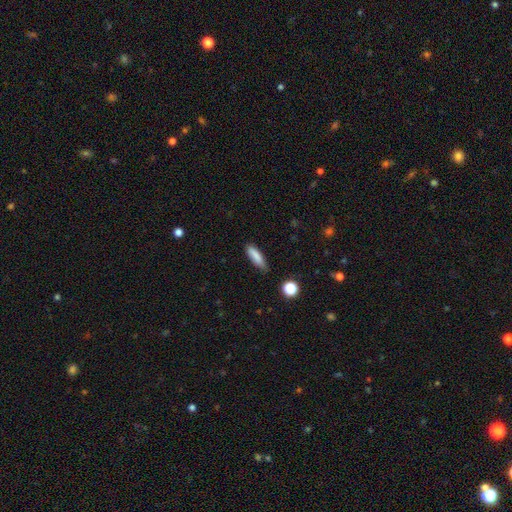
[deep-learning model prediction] smooth 84%, featured or disk 8%, star or artifact 8%. Down the decision tree: how rounded — cigar-shaped (63%); merging — none (78%).